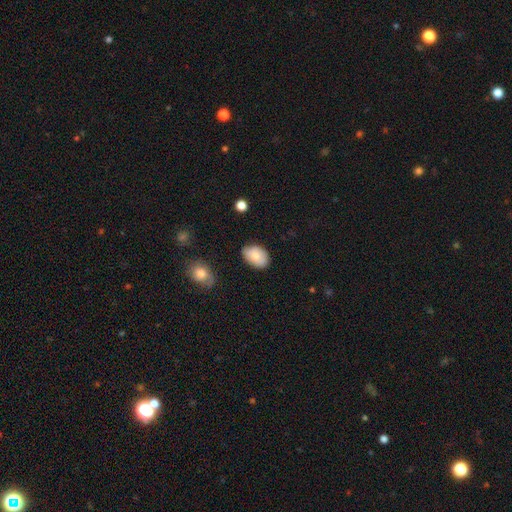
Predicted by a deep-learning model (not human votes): Smooth or featured?
  - smooth: 79% *
  - featured or disk: 14%
  - star or artifact: 7%
How rounded?
  - in between: 88% *
  - round: 11%
  - cigar-shaped: 1%
Merging?
  - none: 75% *
  - minor disturbance: 20%
  - major disturbance: 3%
  - merger: 2%